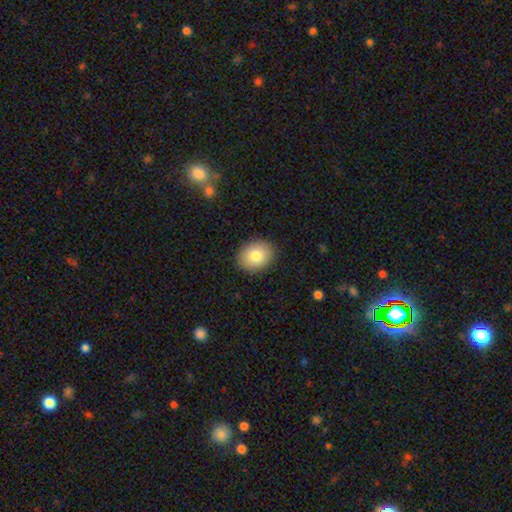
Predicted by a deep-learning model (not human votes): Overall: smooth (81%). How rounded: in between (52%; round 47%). Merging: none (89%).